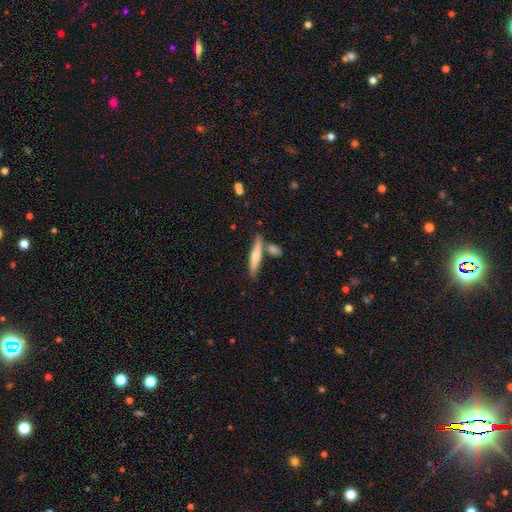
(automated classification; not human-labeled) smooth_or_featured: smooth (p=0.60) [alt: featured or disk p=0.35]
how_rounded: cigar-shaped (p=0.85) [alt: in between p=0.13]
merging: none (p=0.70) [alt: merger p=0.15]